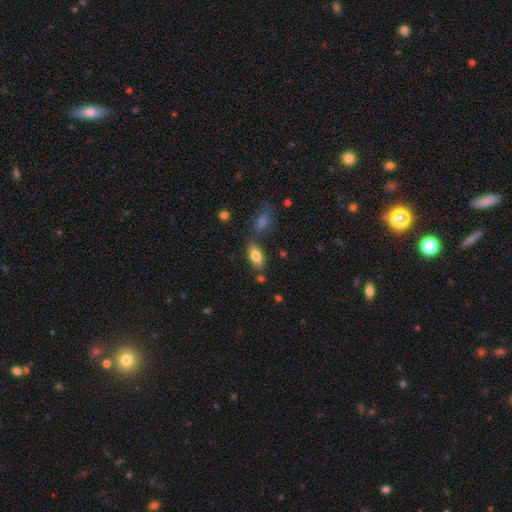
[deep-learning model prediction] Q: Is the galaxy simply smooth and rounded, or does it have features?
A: smooth — 81%.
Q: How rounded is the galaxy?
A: in between — 89%.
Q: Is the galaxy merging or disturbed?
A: none — 72%.